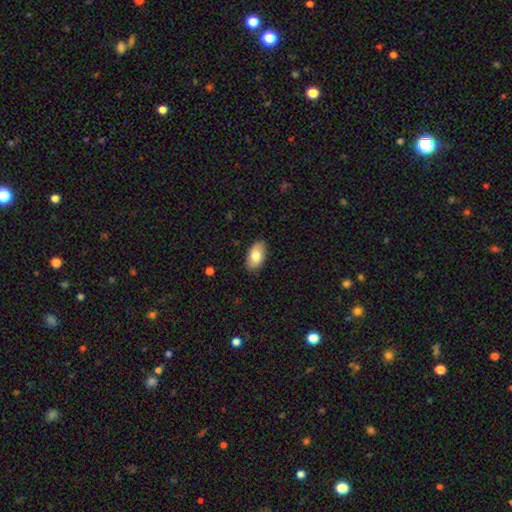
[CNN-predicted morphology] Smooth or featured: smooth — 80% (featured or disk — 14%)
How rounded: in between — 94% (round — 4%)
Merging: none — 86% (minor disturbance — 11%)